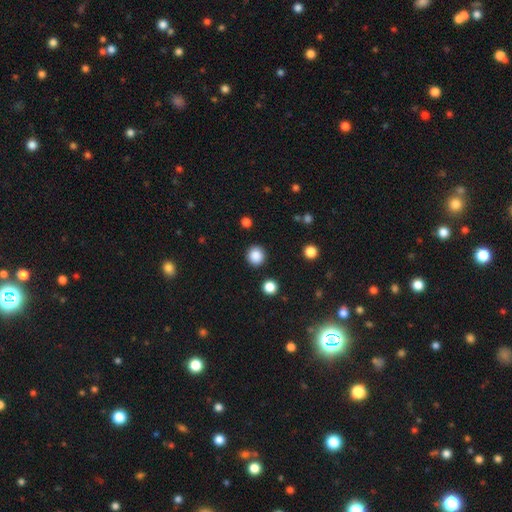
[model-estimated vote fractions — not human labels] smooth 87%, star or artifact 10%, featured or disk 3%. Down the decision tree: how rounded — round (90%); merging — none (90%).